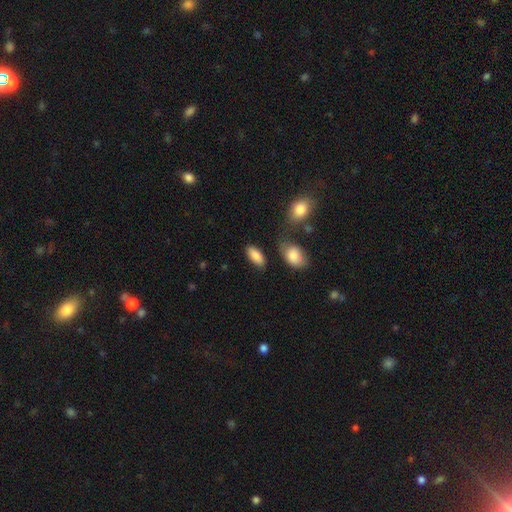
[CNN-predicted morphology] A smooth galaxy with no disk features (86%) that is in between round and cigar-shaped (90%). Merging: none (77%).